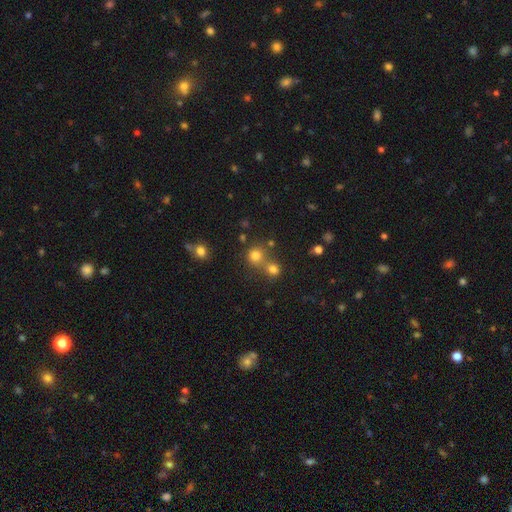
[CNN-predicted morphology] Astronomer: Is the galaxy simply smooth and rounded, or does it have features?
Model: smooth — 75%.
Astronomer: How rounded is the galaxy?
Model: round — 89%.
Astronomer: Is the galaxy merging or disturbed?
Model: none — 55% (runner-up: merger, 34%).